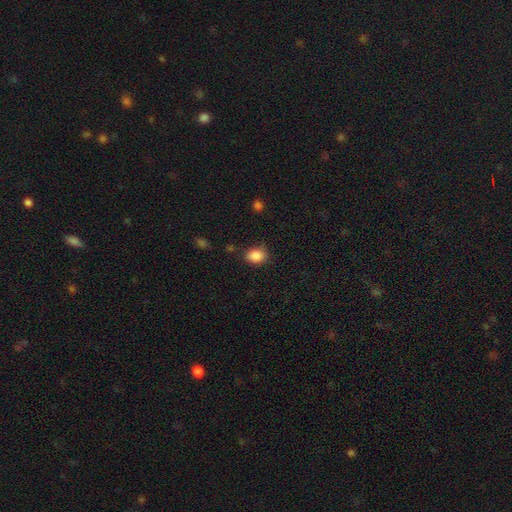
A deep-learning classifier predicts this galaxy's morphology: The model was most divided on "how rounded": in between: 60%, round: 39%, cigar-shaped: 1%. More confident: smooth or featured — smooth (87%); merging — none (78%).